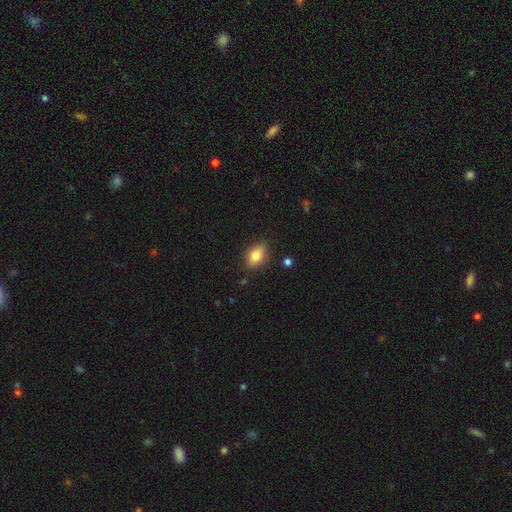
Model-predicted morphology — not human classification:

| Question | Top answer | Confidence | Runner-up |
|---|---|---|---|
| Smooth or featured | smooth | 79% | featured or disk (12%) |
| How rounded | in between | 79% | round (18%) |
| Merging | none | 82% | minor disturbance (14%) |